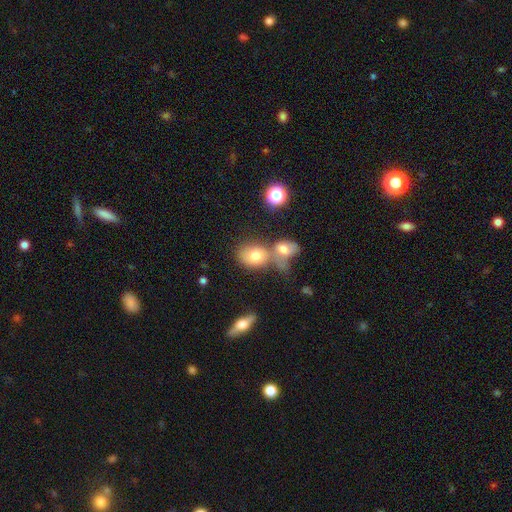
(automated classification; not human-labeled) Smooth or featured? smooth (74%)
How rounded? in between (65%)
Merging? merger (44%)